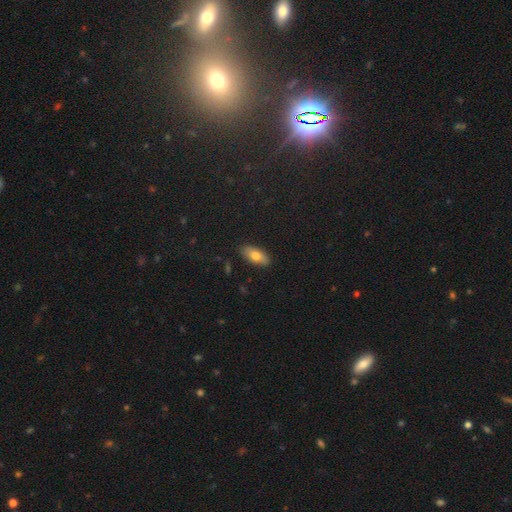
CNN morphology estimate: This appears to be a smooth galaxy with no disk features (75%) that is in between round and cigar-shaped (85%). Merging: none (87%).